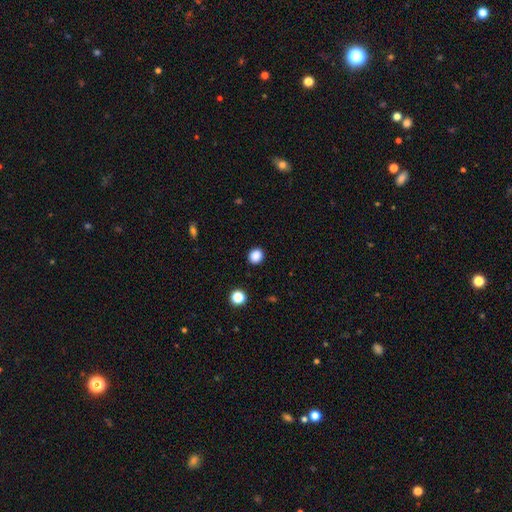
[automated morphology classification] Smooth or featured? smooth (87%)
How rounded? round (77%)
Merging? none (91%)